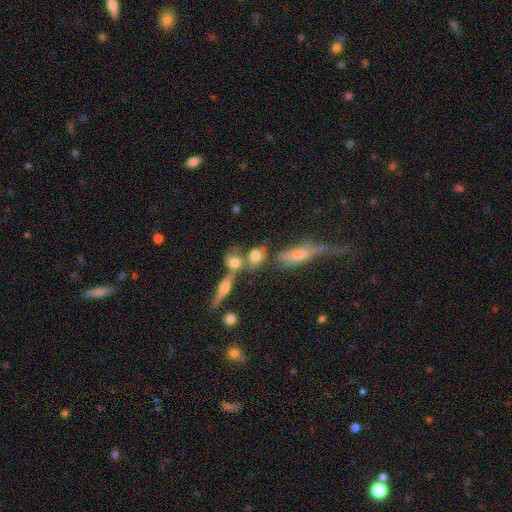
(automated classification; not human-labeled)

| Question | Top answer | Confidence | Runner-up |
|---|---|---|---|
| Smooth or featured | smooth | 66% | featured or disk (22%) |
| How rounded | in between | 52% | round (39%) |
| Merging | none | 42% | merger (39%) |